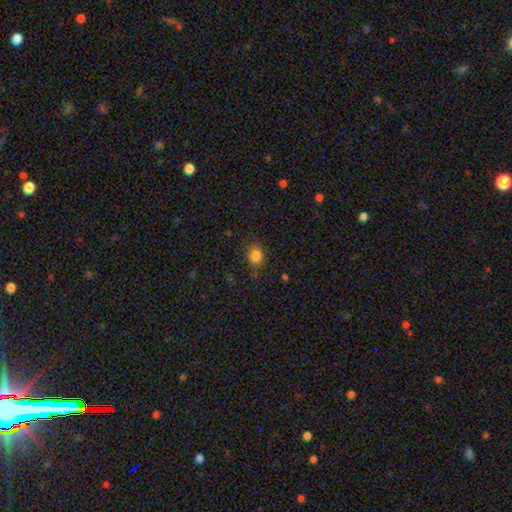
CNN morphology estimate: Smooth or featured? Predicted: smooth (p=0.83). How rounded? Predicted: in between (p=0.56). Merging? Predicted: none (p=0.78).